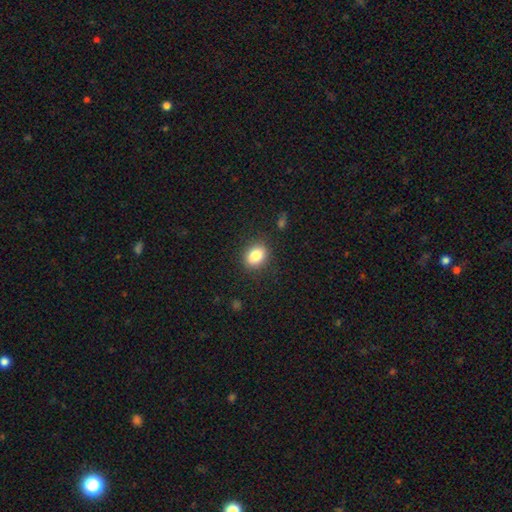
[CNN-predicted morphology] smooth_or_featured: smooth (p=0.83) [alt: star or artifact p=0.09]
how_rounded: in between (p=0.68) [alt: round p=0.30]
merging: none (p=0.87) [alt: minor disturbance p=0.09]